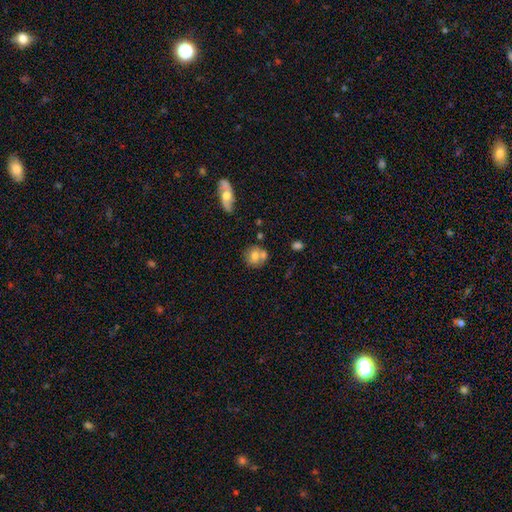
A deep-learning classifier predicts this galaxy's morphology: Smooth or featured? Predicted: smooth (p=0.70). How rounded? Predicted: round (p=0.78). Merging? Predicted: none (p=0.52).